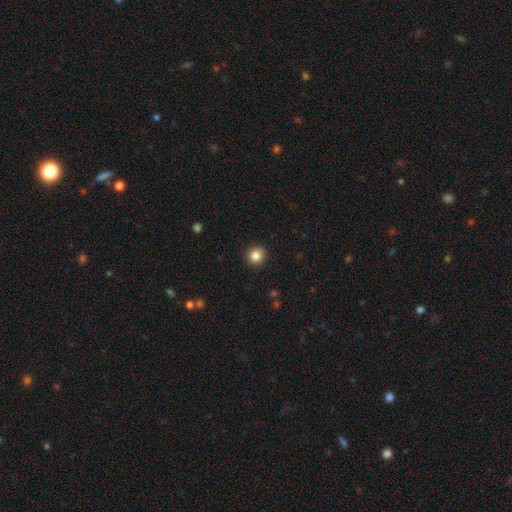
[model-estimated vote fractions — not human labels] smooth_or_featured: smooth (p=0.85) [alt: star or artifact p=0.10]
how_rounded: round (p=0.89) [alt: in between p=0.10]
merging: none (p=0.91) [alt: minor disturbance p=0.06]